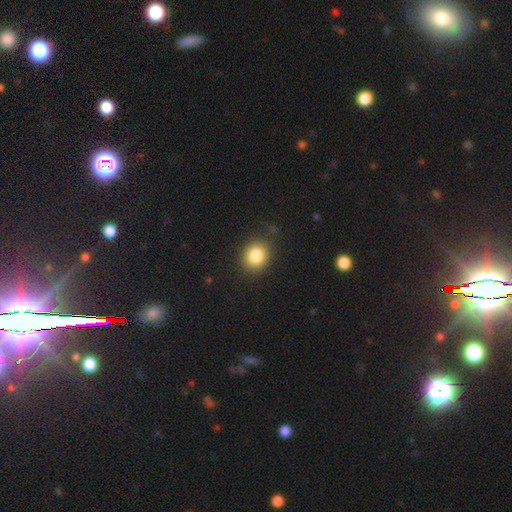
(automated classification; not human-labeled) This is clearly a smooth galaxy (84%). How rounded: likely round (67%). Merging: clearly none (85%).